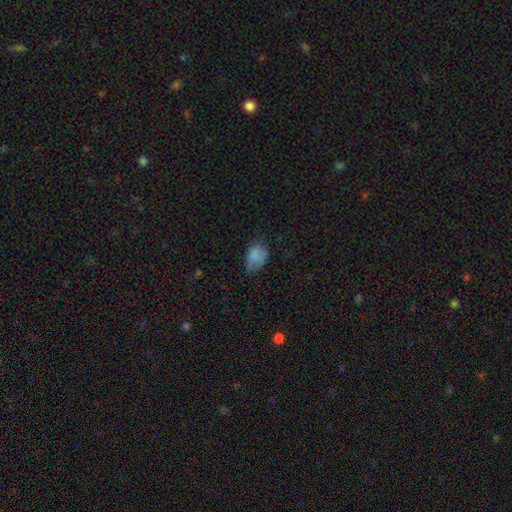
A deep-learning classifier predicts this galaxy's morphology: The model was most divided on "merging": none: 43%, minor disturbance: 38%, major disturbance: 16%, merger: 2%. More confident: how rounded — in between (78%); smooth or featured — smooth (77%).